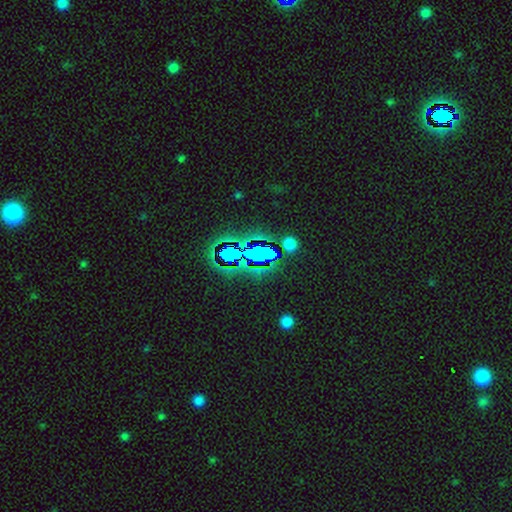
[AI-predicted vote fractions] The model was most divided on "smooth or featured": star or artifact: 68%, smooth: 19%, featured or disk: 12%.